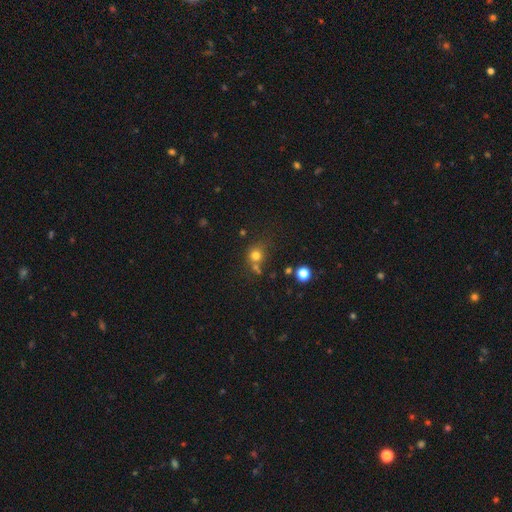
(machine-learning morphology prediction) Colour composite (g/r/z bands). It shows a smooth galaxy with no disk features (75%) that is round (83%). Merging: none (59%).